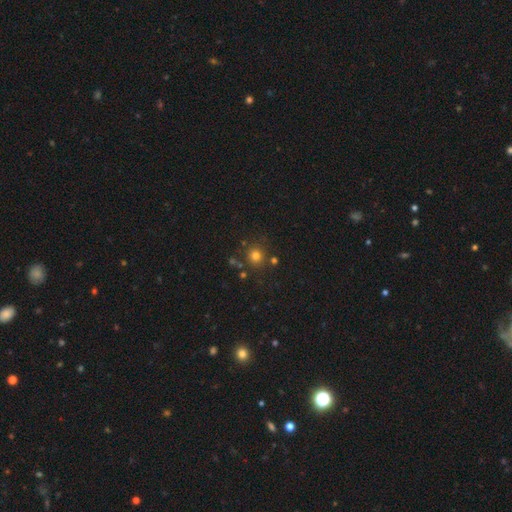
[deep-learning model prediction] A smooth galaxy with no disk features (76%) that is round (91%). Merging: none (80%).